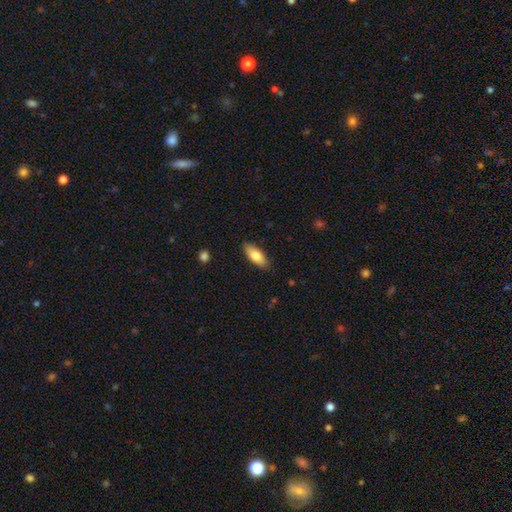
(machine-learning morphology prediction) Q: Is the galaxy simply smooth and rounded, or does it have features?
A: smooth — 78%.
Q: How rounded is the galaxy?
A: in between — 72%.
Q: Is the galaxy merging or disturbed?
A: none — 87%.